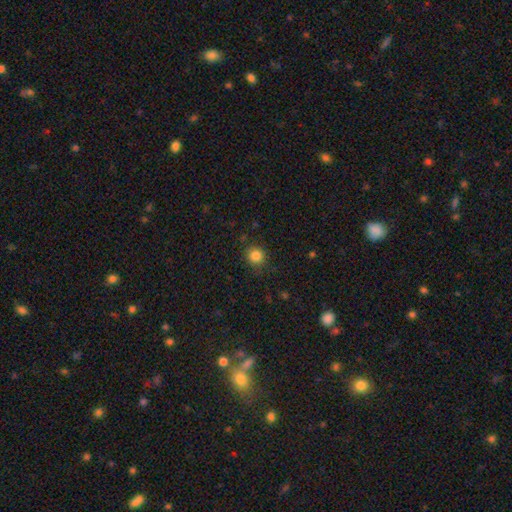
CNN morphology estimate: Overall: smooth (84%). How rounded: round (90%). Merging: none (87%).